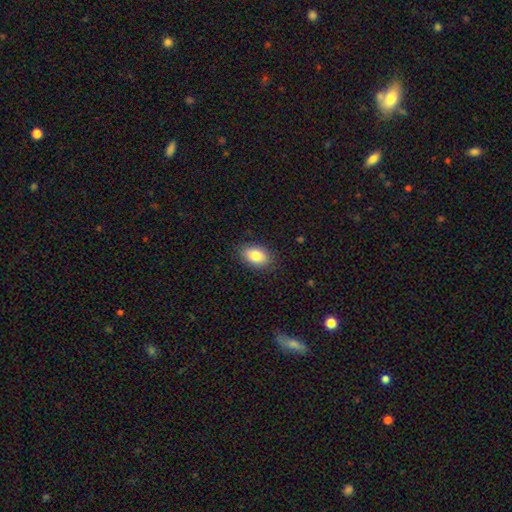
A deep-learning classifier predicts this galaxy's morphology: Smooth or featured: smooth — 84% (featured or disk — 8%)
How rounded: in between — 87% (round — 12%)
Merging: none — 87% (minor disturbance — 10%)